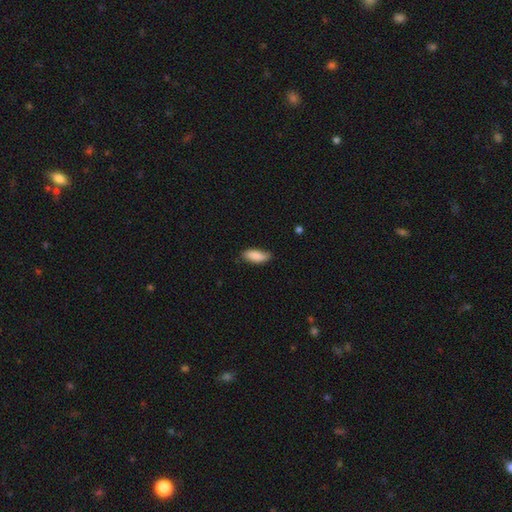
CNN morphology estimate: Smooth or featured? smooth (88%)
How rounded? in between (80%)
Merging? none (73%)